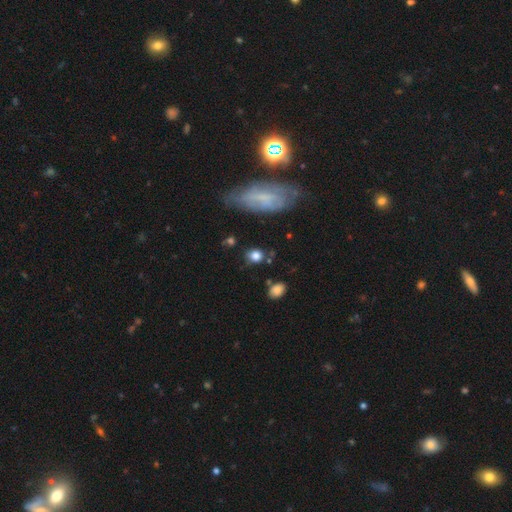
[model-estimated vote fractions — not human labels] Smooth or featured? smooth (79%)
How rounded? round (67%)
Merging? none (74%)